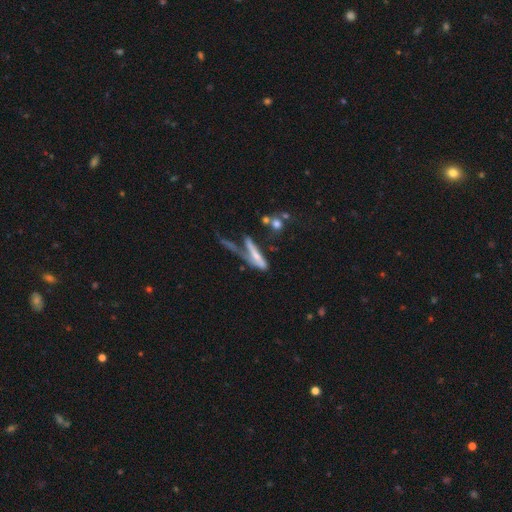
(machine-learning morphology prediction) Smooth or featured? Predicted: featured or disk (p=0.49). Merging? Predicted: major disturbance (p=0.45).